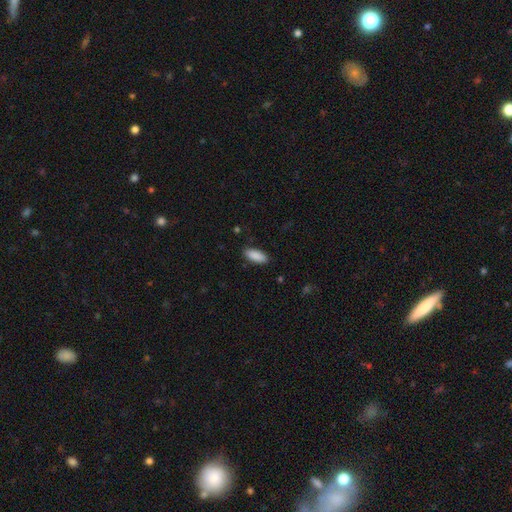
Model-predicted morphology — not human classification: smooth-or-featured: smooth: 90% | star or artifact: 6% | featured or disk: 4%
  how-rounded: in between: 83% | cigar-shaped: 16% | round: 2%
  merging: none: 88% | minor disturbance: 9% | major disturbance: 2% | merger: 1%